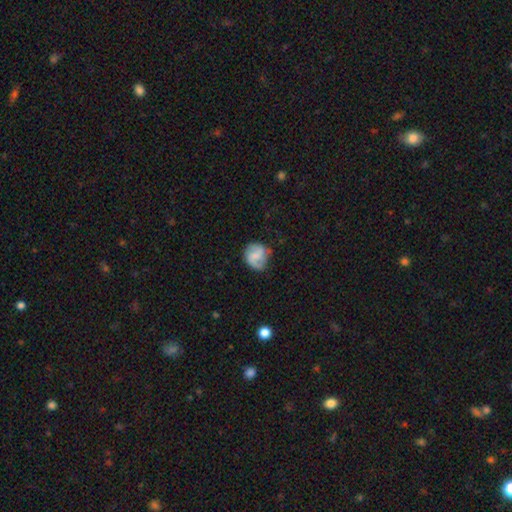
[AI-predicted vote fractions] This appears to be a featured or disk galaxy (52%) with a weak bar (45%), spiral arms (87%) and a small central bulge (54%). Merging: none (66%).